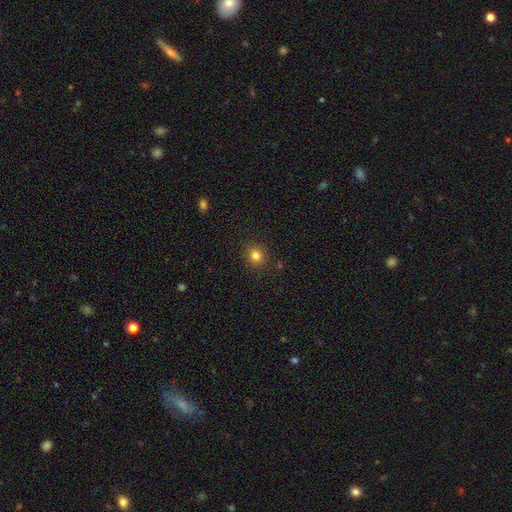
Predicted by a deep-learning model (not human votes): Q: Smooth or featured?
A: smooth (81%); runner-up: star or artifact (13%)
Q: How rounded?
A: round (87%); runner-up: in between (12%)
Q: Merging?
A: none (89%); runner-up: minor disturbance (7%)